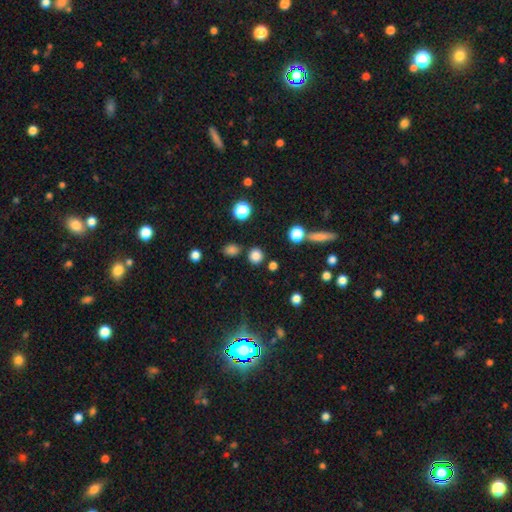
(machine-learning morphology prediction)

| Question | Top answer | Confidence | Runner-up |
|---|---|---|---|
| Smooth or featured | smooth | 80% | star or artifact (15%) |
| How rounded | round | 89% | in between (10%) |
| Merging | none | 83% | minor disturbance (7%) |